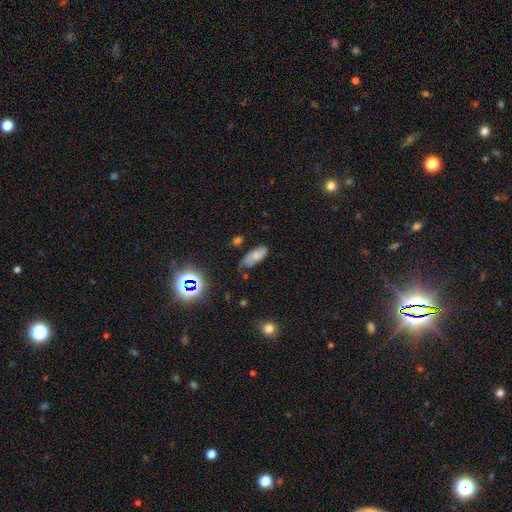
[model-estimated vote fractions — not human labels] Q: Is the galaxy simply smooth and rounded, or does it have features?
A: smooth — 70%.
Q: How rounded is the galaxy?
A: in between — 82%.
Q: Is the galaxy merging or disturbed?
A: none — 61%.